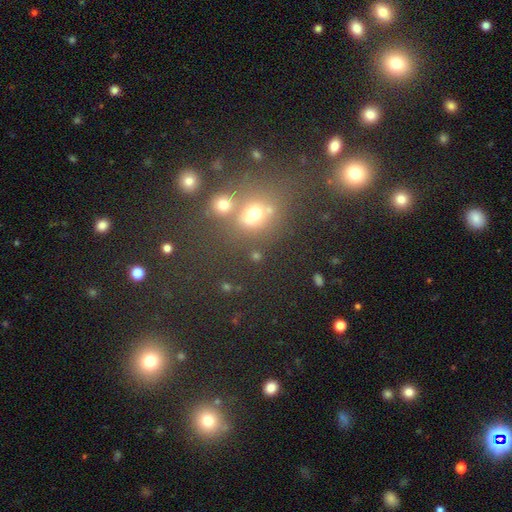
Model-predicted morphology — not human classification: Smooth or featured?
  - smooth: 56% *
  - star or artifact: 32%
  - featured or disk: 12%
How rounded?
  - round: 68% *
  - in between: 30%
  - cigar-shaped: 2%
Merging?
  - none: 56% *
  - merger: 26%
  - minor disturbance: 11%
  - major disturbance: 7%